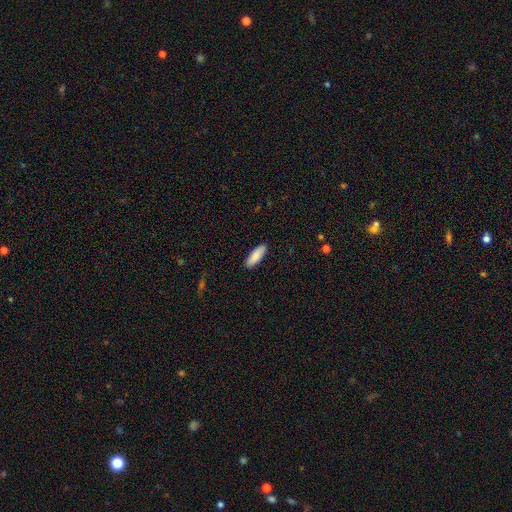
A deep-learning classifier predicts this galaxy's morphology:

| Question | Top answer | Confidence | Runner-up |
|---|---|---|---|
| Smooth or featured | smooth | 87% | featured or disk (7%) |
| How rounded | in between | 59% | cigar-shaped (39%) |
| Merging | none | 90% | minor disturbance (7%) |